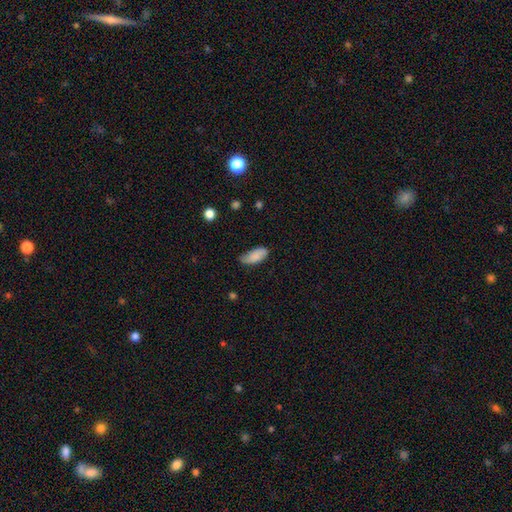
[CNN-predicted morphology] Q: Smooth or featured?
A: smooth (84%); runner-up: featured or disk (10%)
Q: How rounded?
A: in between (88%); runner-up: cigar-shaped (11%)
Q: Merging?
A: none (62%); runner-up: minor disturbance (30%)